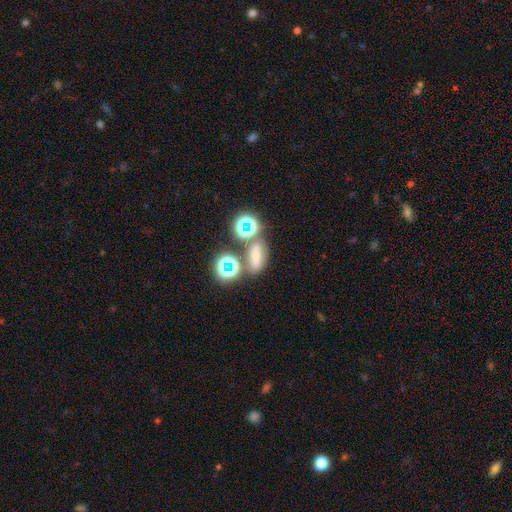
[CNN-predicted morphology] smooth_or_featured: smooth (p=0.47) [alt: star or artifact p=0.33]
merging: none (p=0.60) [alt: merger p=0.19]